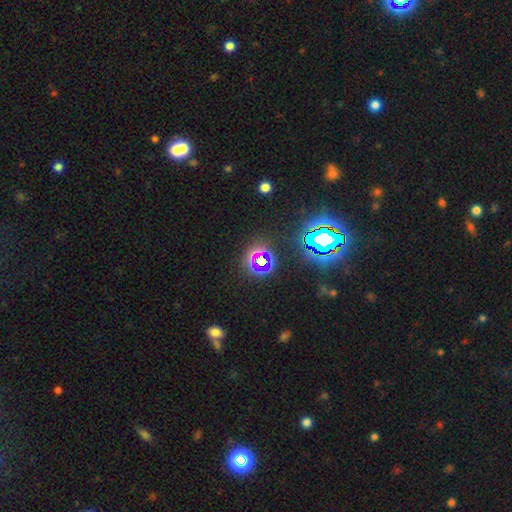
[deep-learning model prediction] Smooth or featured? Predicted: star or artifact (p=0.67).